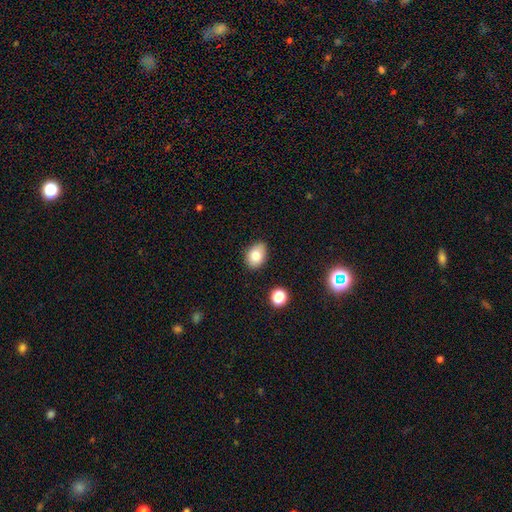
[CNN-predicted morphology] The model was most divided on "how rounded": in between: 73%, round: 26%, cigar-shaped: 1%. More confident: merging — none (84%); smooth or featured — smooth (81%).